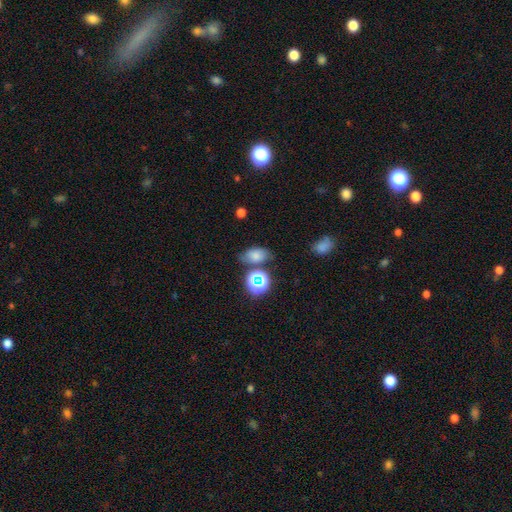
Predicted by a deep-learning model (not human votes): Smooth or featured? Predicted: smooth (p=0.68). How rounded? Predicted: in between (p=0.80). Merging? Predicted: none (p=0.63).